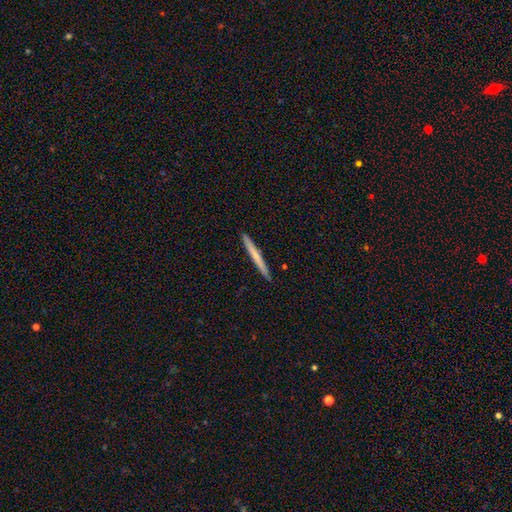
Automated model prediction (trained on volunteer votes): This is possibly a smooth galaxy (53%). How rounded: clearly cigar-shaped (97%). Merging: clearly none (93%).